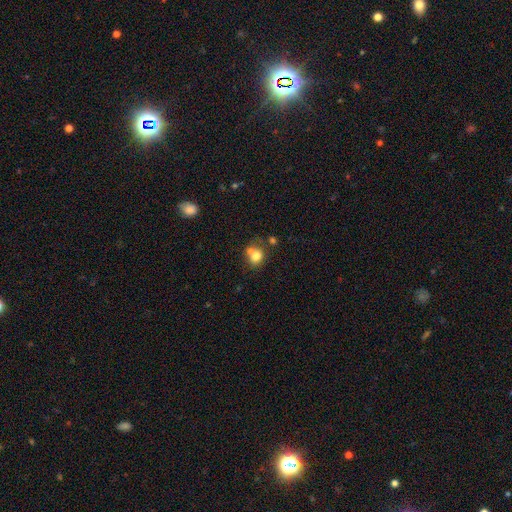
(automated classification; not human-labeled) smooth 76%, featured or disk 13%, star or artifact 11%. Down the decision tree: how rounded — round (64%); merging — none (42%).